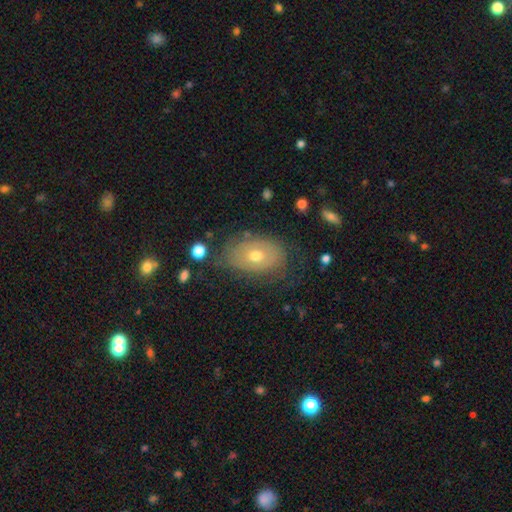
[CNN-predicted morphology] This appears to be a featured or disk galaxy (49%). Merging: none (67%).